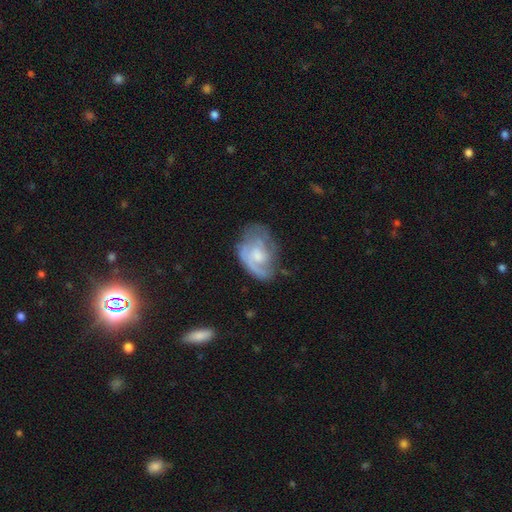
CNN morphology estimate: Smooth or featured: featured or disk — 71% (smooth — 22%)
Edge-on disk: no — 97% (yes — 3%)
Bar: no — 63% (weak — 32%)
Spiral arms: yes — 85% (no — 15%)
Spiral winding: medium — 41% (tight — 37%)
Spiral arm count: 2 — 33% (can't tell — 26%)
Bulge size: moderate — 38% (small — 37%)
Merging: none — 51% (minor disturbance — 26%)